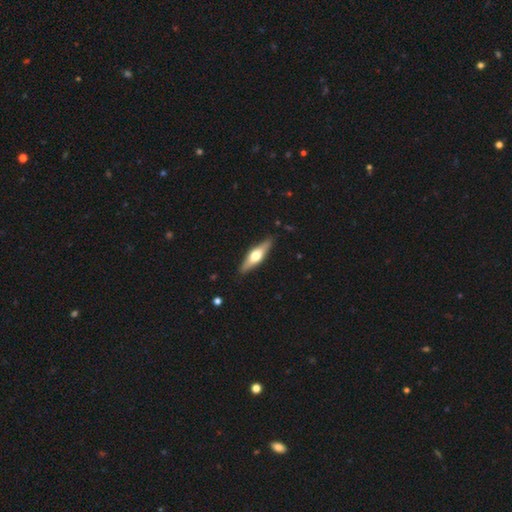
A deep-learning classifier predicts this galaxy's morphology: This is possibly a featured or disk galaxy (56%). It is clearly viewed edge-on (92%). Edge-on bulge: clearly rounded (94%). Merging: clearly none (89%).